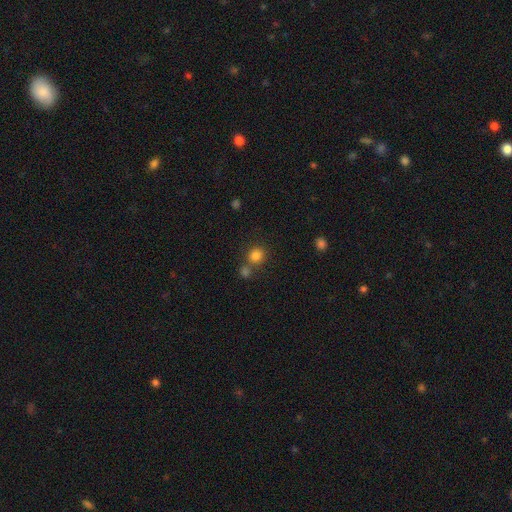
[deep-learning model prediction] smooth-or-featured: smooth: 82% | star or artifact: 13% | featured or disk: 5%
  how-rounded: round: 86% | in between: 13% | cigar-shaped: 1%
  merging: none: 63% | merger: 25% | minor disturbance: 8% | major disturbance: 4%